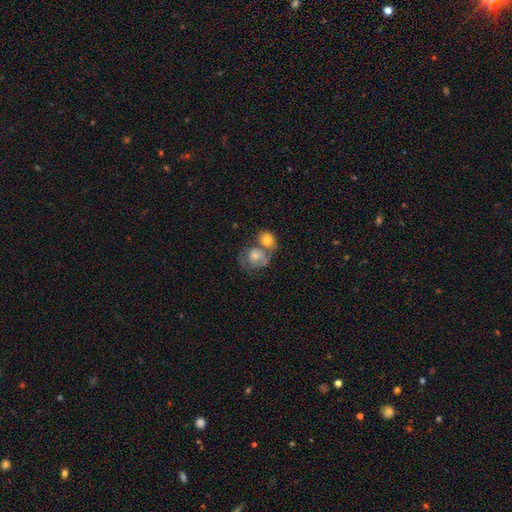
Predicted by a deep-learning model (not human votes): smooth 66%, featured or disk 27%, star or artifact 7%. Down the decision tree: how rounded — round (68%); merging — merger (54%).